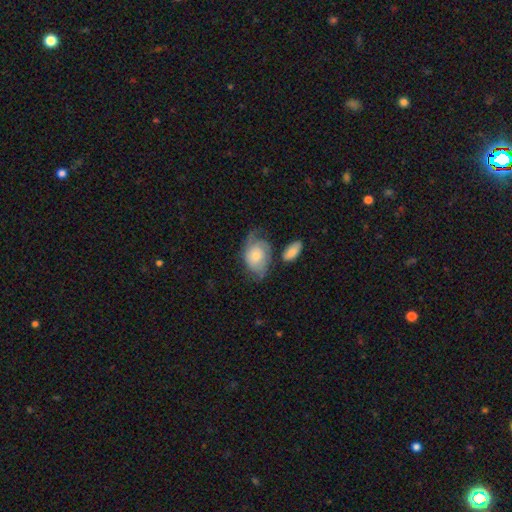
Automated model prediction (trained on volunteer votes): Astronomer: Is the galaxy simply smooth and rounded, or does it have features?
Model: featured or disk — 56% (runner-up: smooth, 38%).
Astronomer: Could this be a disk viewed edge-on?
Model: no — 96%.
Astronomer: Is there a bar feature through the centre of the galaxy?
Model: no — 78%.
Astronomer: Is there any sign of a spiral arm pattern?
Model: yes — 83%.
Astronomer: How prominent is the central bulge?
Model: moderate — 43%, tied with small at 43%.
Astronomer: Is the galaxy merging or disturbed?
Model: none — 39% (runner-up: minor disturbance, 28%).